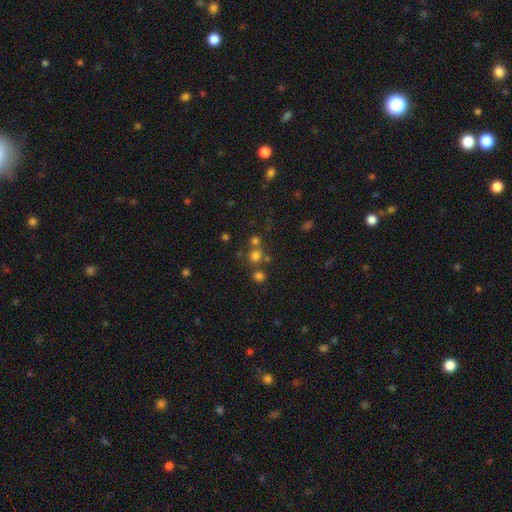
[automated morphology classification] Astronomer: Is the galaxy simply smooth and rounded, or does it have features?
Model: smooth — 67%.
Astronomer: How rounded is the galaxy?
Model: round — 89%.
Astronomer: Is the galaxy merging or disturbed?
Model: none — 66%.